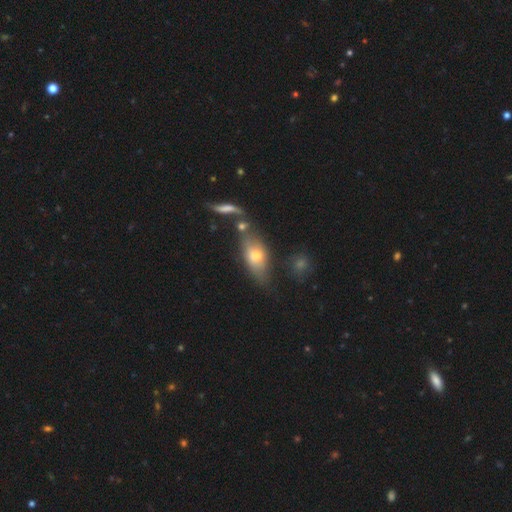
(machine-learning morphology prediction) Smooth or featured: smooth — 62% (featured or disk — 30%)
How rounded: in between — 79% (cigar-shaped — 15%)
Merging: none — 55% (minor disturbance — 19%)